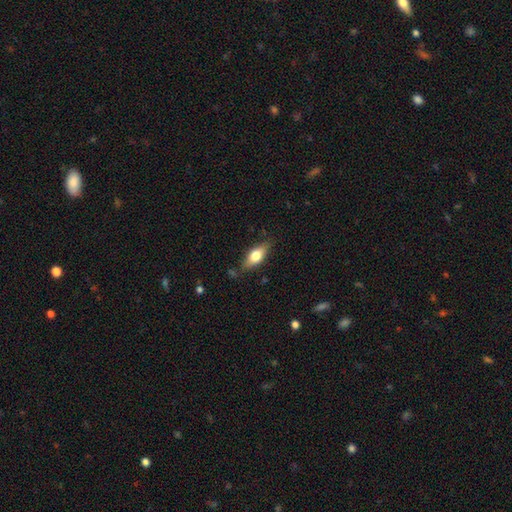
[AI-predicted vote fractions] A smooth galaxy with no disk features (60%) that is in between round and cigar-shaped (73%).

Vote fractions:
- Smooth or featured? smooth: 60% / featured or disk: 33% / star or artifact: 7%
- How rounded? in between: 73% / cigar-shaped: 22% / round: 5%
- Merging? none: 79% / minor disturbance: 15% / major disturbance: 3% / merger: 2%